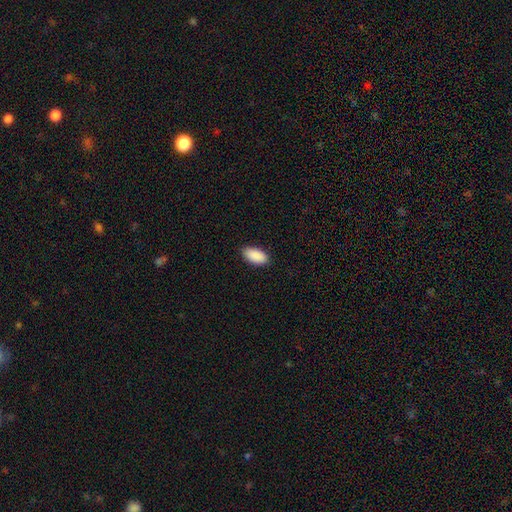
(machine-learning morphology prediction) Smooth or featured: smooth — 91% (star or artifact — 6%)
How rounded: in between — 95% (cigar-shaped — 3%)
Merging: none — 88% (minor disturbance — 9%)